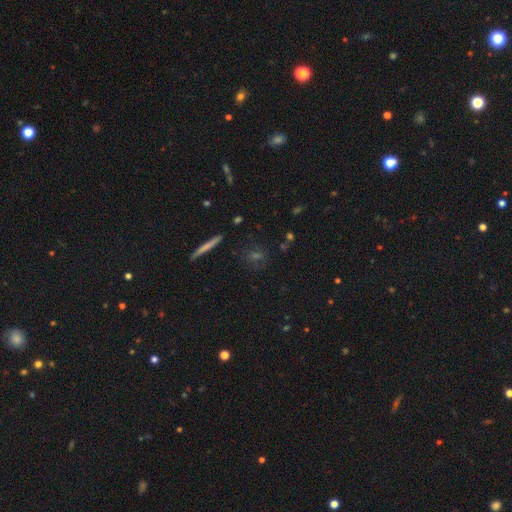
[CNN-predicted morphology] smooth-or-featured: smooth: 45% | featured or disk: 28% | star or artifact: 27%
  merging: none: 83% | minor disturbance: 11% | major disturbance: 4% | merger: 3%